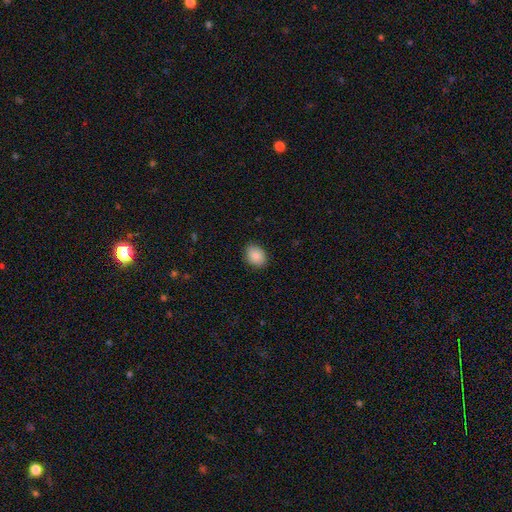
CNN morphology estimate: A smooth galaxy with no disk features (84%) that is in between round and cigar-shaped (59%).

Vote fractions:
- Smooth or featured? smooth: 84% / featured or disk: 8% / star or artifact: 8%
- How rounded? in between: 59% / round: 40% / cigar-shaped: 1%
- Merging? none: 87% / minor disturbance: 10% / major disturbance: 2% / merger: 1%